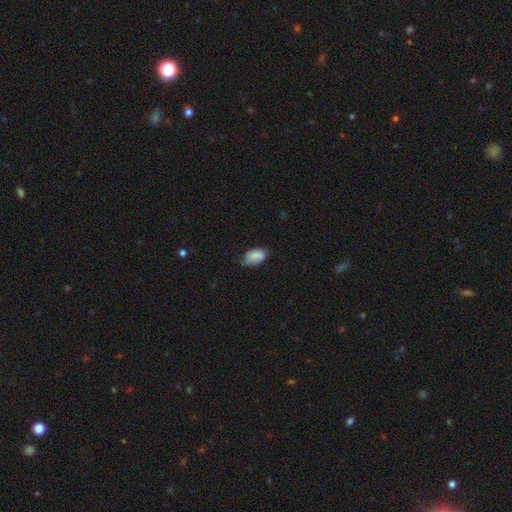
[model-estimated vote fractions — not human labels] The model was most divided on "merging": none: 50%, minor disturbance: 40%, major disturbance: 9%, merger: 2%. More confident: how rounded — in between (91%); smooth or featured — smooth (83%).